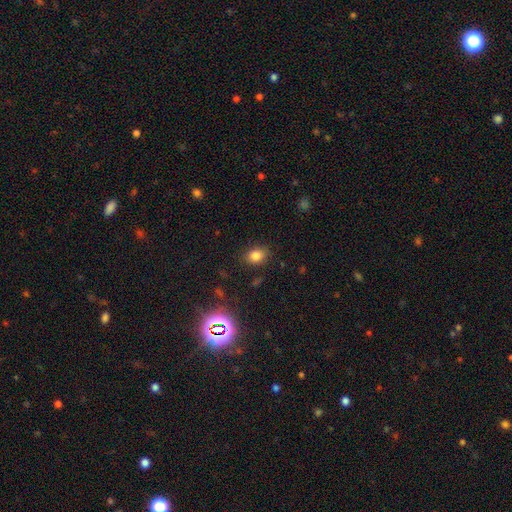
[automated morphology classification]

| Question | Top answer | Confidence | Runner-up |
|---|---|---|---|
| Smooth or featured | smooth | 80% | star or artifact (14%) |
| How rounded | in between | 58% | round (41%) |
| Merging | none | 84% | minor disturbance (11%) |